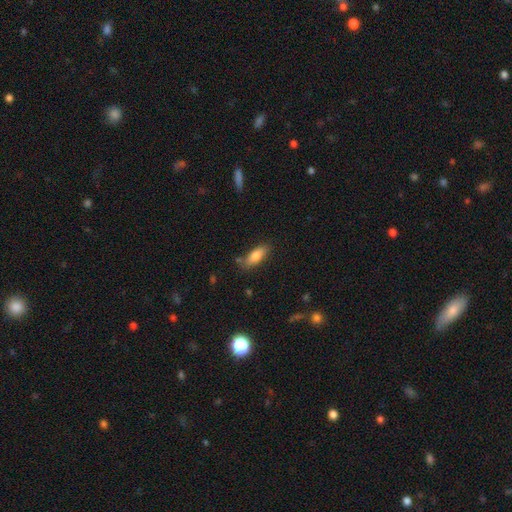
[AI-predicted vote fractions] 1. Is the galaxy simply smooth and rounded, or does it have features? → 79% smooth, 14% featured or disk, 7% star or artifact.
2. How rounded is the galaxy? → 71% in between, 27% cigar-shaped, 2% round.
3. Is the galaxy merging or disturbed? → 74% none, 17% minor disturbance, 5% merger, 4% major disturbance.